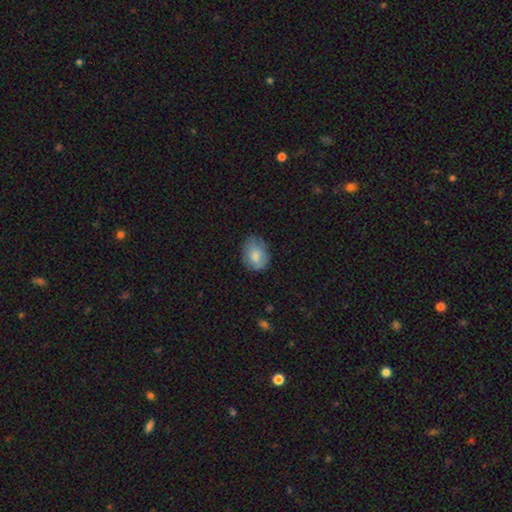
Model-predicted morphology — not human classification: A smooth galaxy with no disk features (80%) that is in between round and cigar-shaped (65%).

Vote fractions:
- Smooth or featured? smooth: 80% / featured or disk: 13% / star or artifact: 7%
- How rounded? in between: 65% / round: 34% / cigar-shaped: 1%
- Merging? none: 66% / minor disturbance: 26% / major disturbance: 7% / merger: 1%